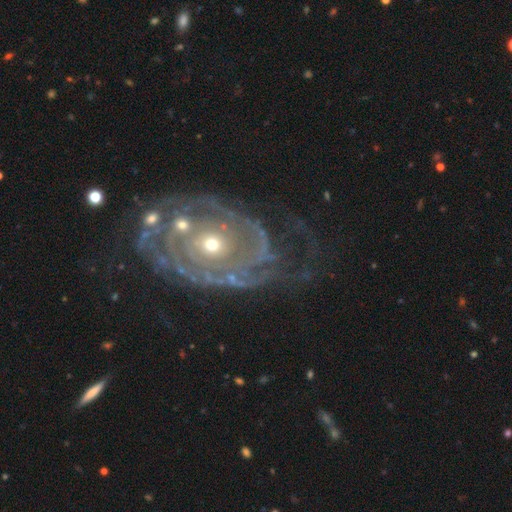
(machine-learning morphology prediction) This is clearly a featured or disk galaxy (88%). It is clearly not viewed edge-on (96%). Bar: likely no (78%). Spiral arm pattern: clearly yes (91%). Spiral arm count: marginally 2 (31%, tied with can't tell). Spiral winding: likely tight (72%). Central bulge: possibly small (58%). Merging: likely none (63%).